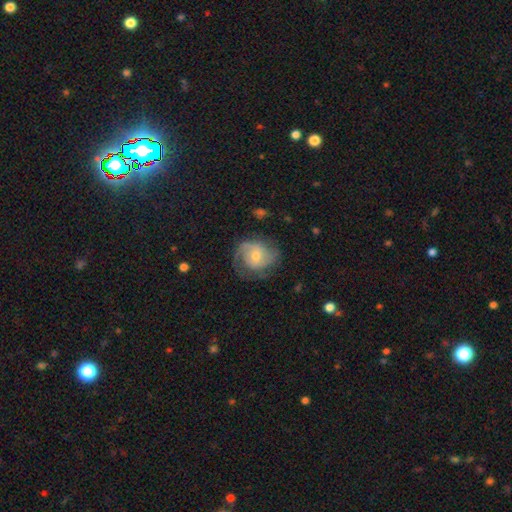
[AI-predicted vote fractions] smooth_or_featured: featured or disk (p=0.76) [alt: smooth p=0.17]
disk_edge_on: no (p=0.98) [alt: yes p=0.02]
bar: no (p=0.54) [alt: weak p=0.38]
has_spiral_arms: yes (p=0.93) [alt: no p=0.07]
spiral_winding: medium (p=0.43) [alt: tight p=0.41]
spiral_arm_count: 2 (p=0.59) [alt: can't tell p=0.17]
bulge_size: moderate (p=0.49) [alt: small p=0.46]
merging: none (p=0.68) [alt: minor disturbance p=0.20]